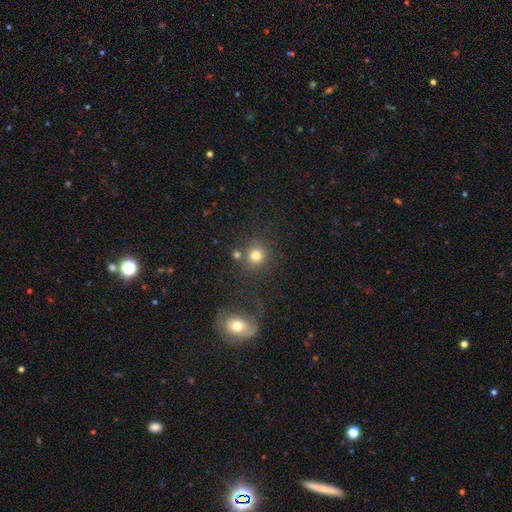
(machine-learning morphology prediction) Smooth or featured? Predicted: smooth (p=0.78). How rounded? Predicted: round (p=0.90). Merging? Predicted: none (p=0.74).